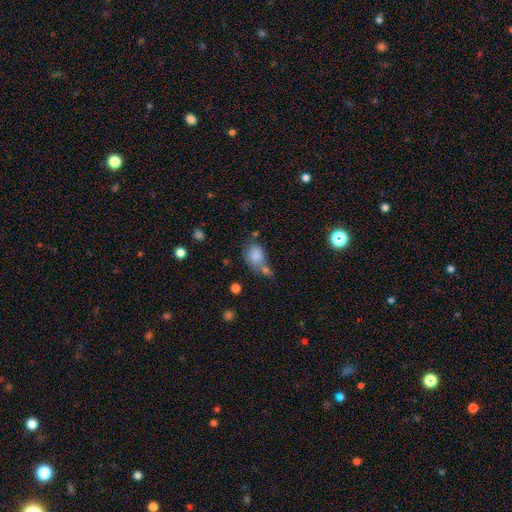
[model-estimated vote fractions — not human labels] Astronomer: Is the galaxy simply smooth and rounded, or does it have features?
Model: smooth — 82%.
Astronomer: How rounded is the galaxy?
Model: in between — 60% (runner-up: round, 39%).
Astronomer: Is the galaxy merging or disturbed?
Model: none — 40% (runner-up: merger, 35%).